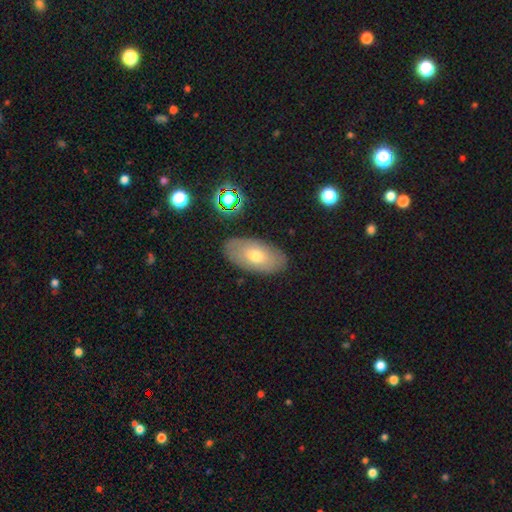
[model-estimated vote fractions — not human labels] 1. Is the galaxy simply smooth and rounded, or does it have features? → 63% smooth, 28% featured or disk, 9% star or artifact.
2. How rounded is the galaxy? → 93% in between, 4% round, 3% cigar-shaped.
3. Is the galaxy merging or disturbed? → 85% none, 11% minor disturbance, 3% major disturbance, 2% merger.